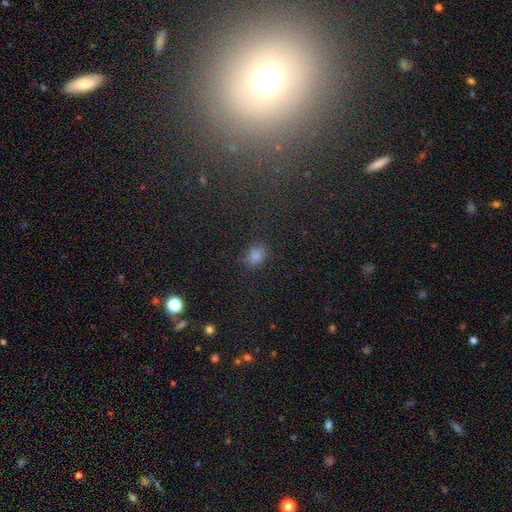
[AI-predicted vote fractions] Smooth or featured: smooth — 77% (star or artifact — 17%)
How rounded: in between — 50% (round — 48%)
Merging: none — 73% (minor disturbance — 17%)